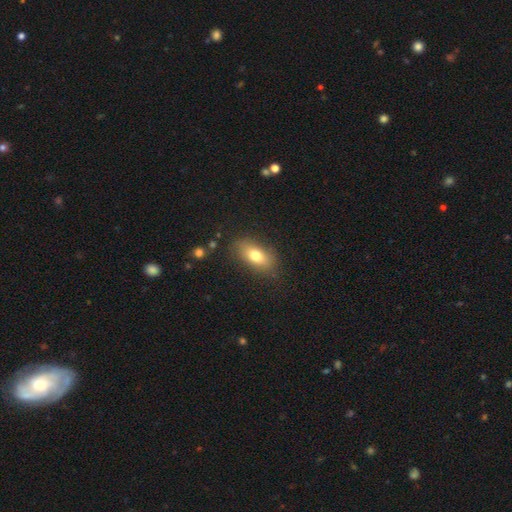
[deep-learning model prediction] Smooth or featured? Predicted: smooth (p=0.75). How rounded? Predicted: in between (p=0.84). Merging? Predicted: none (p=0.80).